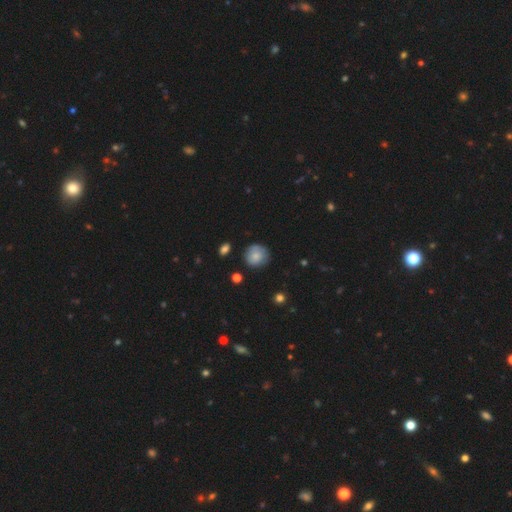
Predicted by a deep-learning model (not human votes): Q: Smooth or featured?
A: smooth (74%); runner-up: featured or disk (18%)
Q: How rounded?
A: round (90%); runner-up: in between (9%)
Q: Merging?
A: none (78%); runner-up: minor disturbance (17%)